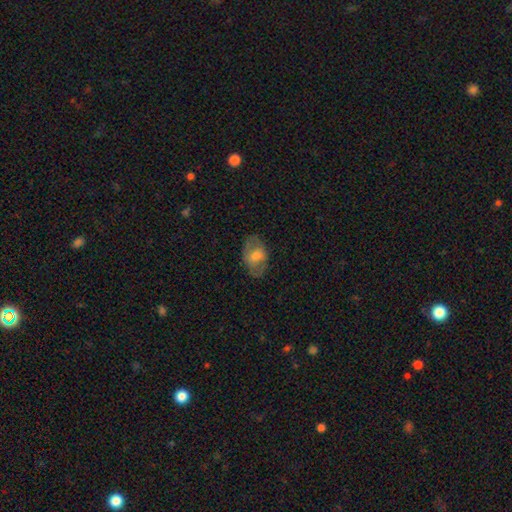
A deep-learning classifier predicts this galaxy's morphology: smooth-or-featured: smooth: 56% | featured or disk: 36% | star or artifact: 8%
  how-rounded: in between: 81% | round: 18% | cigar-shaped: 1%
  merging: none: 72% | minor disturbance: 19% | major disturbance: 8% | merger: 1%